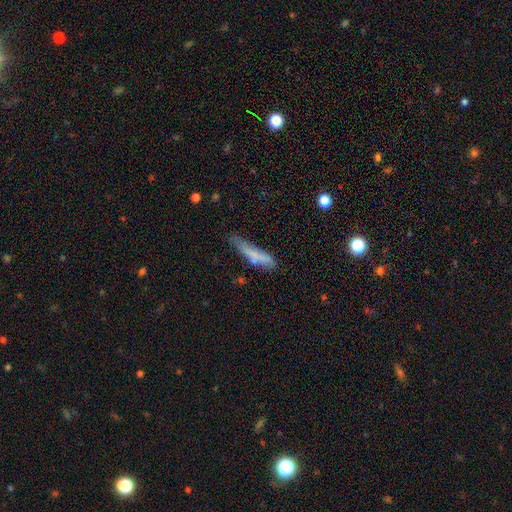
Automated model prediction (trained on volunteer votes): Smooth or featured? Predicted: smooth (p=0.70). How rounded? Predicted: cigar-shaped (p=0.80). Merging? Predicted: none (p=0.51).